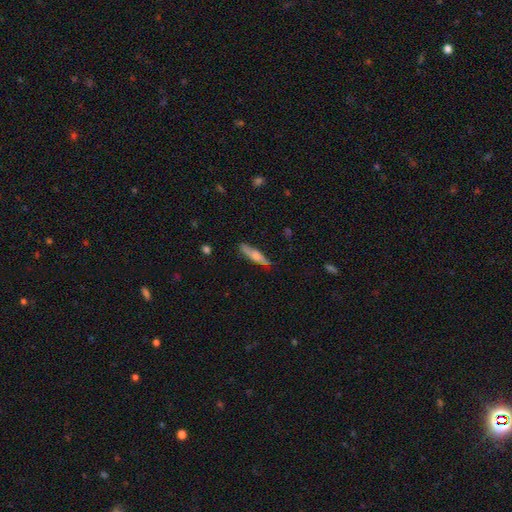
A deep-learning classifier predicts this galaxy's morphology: smooth_or_featured: featured or disk (p=0.53) [alt: smooth p=0.40]
disk_edge_on: yes (p=0.92) [alt: no p=0.08]
merging: none (p=0.84) [alt: minor disturbance p=0.12]